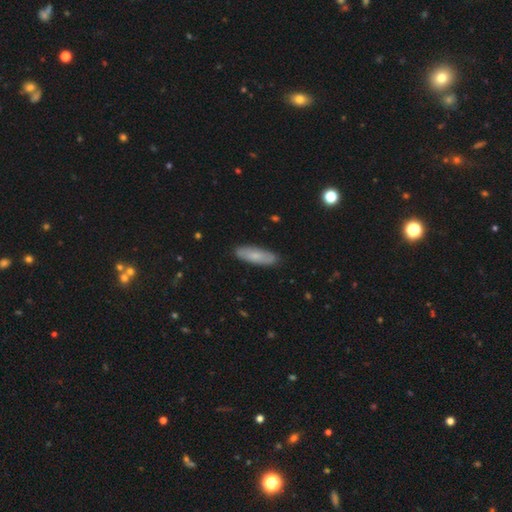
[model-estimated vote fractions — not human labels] smooth 72%, featured or disk 22%, star or artifact 6%. Down the decision tree: how rounded — cigar-shaped (52%); merging — none (88%).